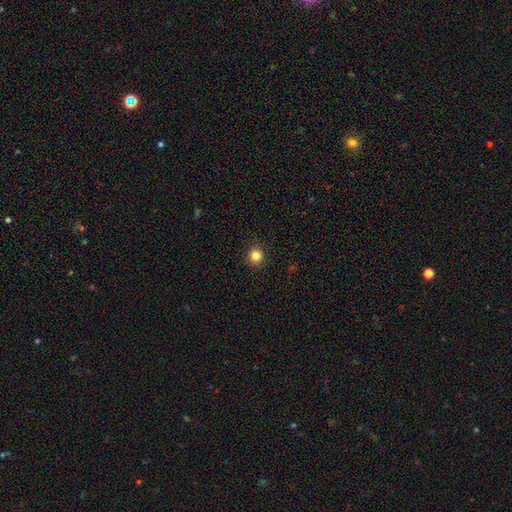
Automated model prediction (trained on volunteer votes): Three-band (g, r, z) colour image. It shows a smooth galaxy with no disk features (85%) that is round (91%). Merging: none (92%).